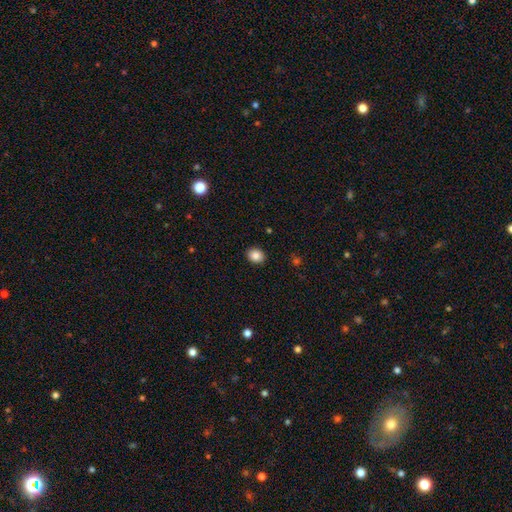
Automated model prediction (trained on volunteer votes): The model was most divided on "how rounded": round: 55%, in between: 44%, cigar-shaped: 1%. More confident: merging — none (90%); smooth or featured — smooth (85%).